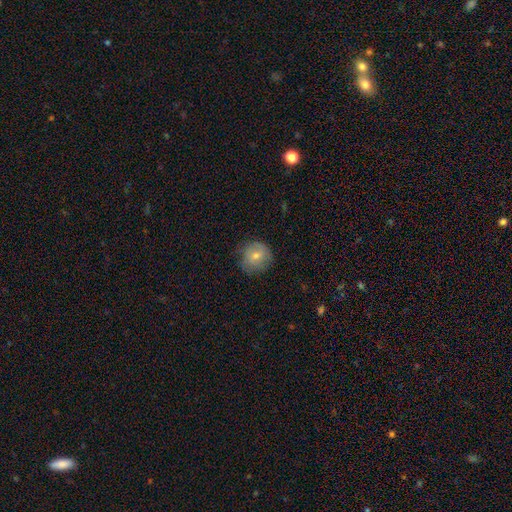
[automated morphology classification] A smooth galaxy with no disk features (70%) that is round (90%).

Vote fractions:
- Smooth or featured? smooth: 70% / featured or disk: 22% / star or artifact: 8%
- How rounded? round: 90% / in between: 9% / cigar-shaped: 1%
- Merging? none: 75% / minor disturbance: 18% / major disturbance: 5% / merger: 1%